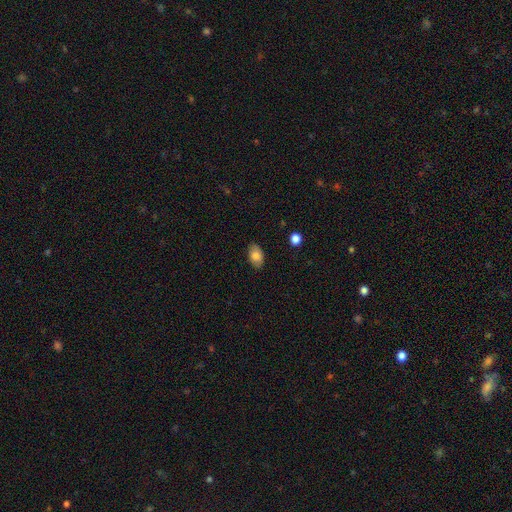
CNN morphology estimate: type=smooth (80%); roundness=in between (90%); merging=none (85%).